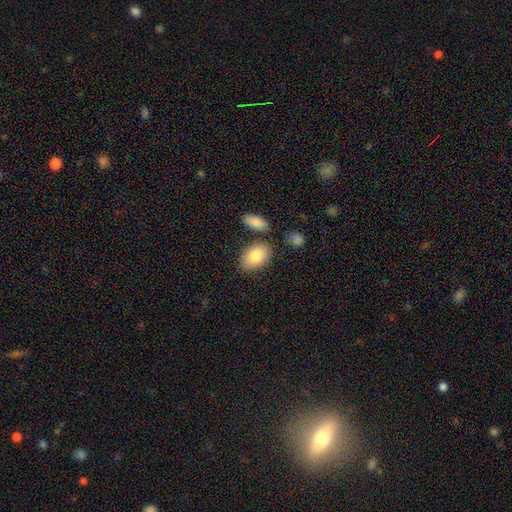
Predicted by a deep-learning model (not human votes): Smooth or featured?
  - smooth: 85% *
  - featured or disk: 9%
  - star or artifact: 6%
How rounded?
  - in between: 91% *
  - round: 8%
  - cigar-shaped: 1%
Merging?
  - none: 76% *
  - minor disturbance: 13%
  - merger: 8%
  - major disturbance: 4%